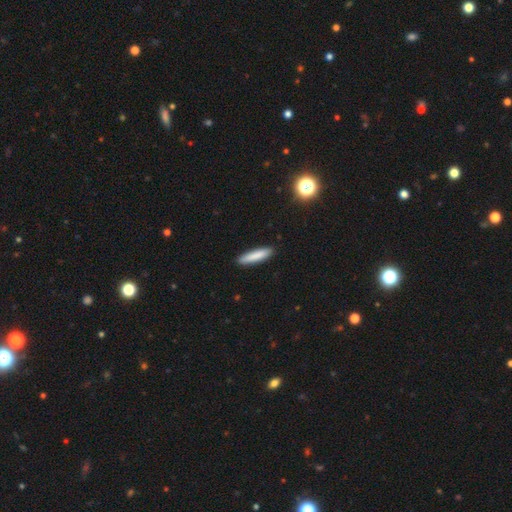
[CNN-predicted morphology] The model was most divided on "how rounded": cigar-shaped: 84%, in between: 15%, round: 1%. More confident: merging — none (89%); smooth or featured — smooth (84%).